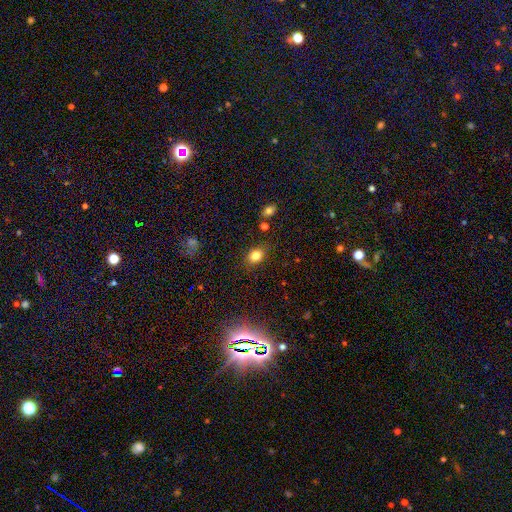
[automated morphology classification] Smooth or featured: smooth — 81% (star or artifact — 11%)
How rounded: in between — 66% (round — 33%)
Merging: none — 82% (minor disturbance — 13%)